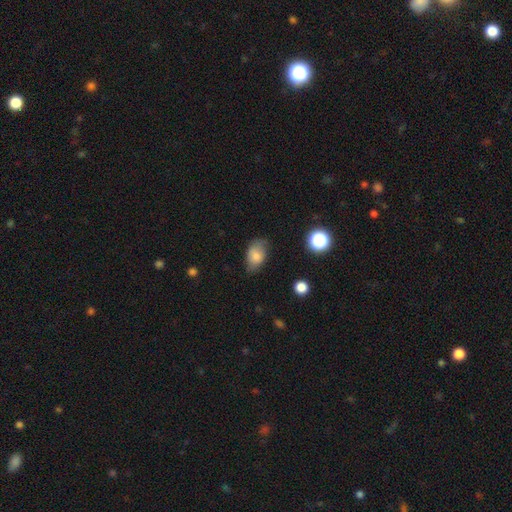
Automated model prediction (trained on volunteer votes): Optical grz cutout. It shows a smooth galaxy with no disk features (77%) that is in between round and cigar-shaped (85%). Merging: none (62%).